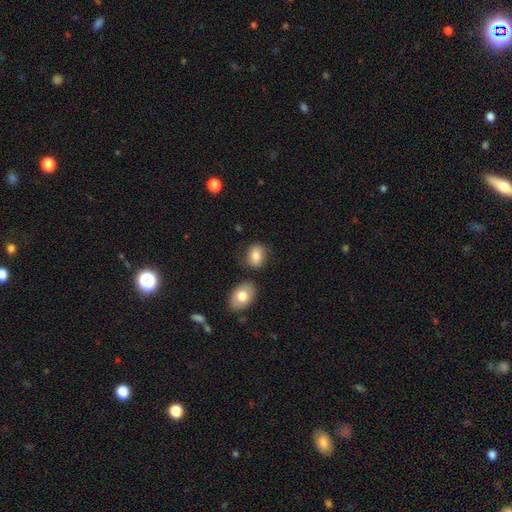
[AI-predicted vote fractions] Smooth or featured?
  - smooth: 80% *
  - featured or disk: 11%
  - star or artifact: 9%
How rounded?
  - in between: 60% *
  - round: 38%
  - cigar-shaped: 1%
Merging?
  - none: 72% *
  - minor disturbance: 15%
  - merger: 8%
  - major disturbance: 4%